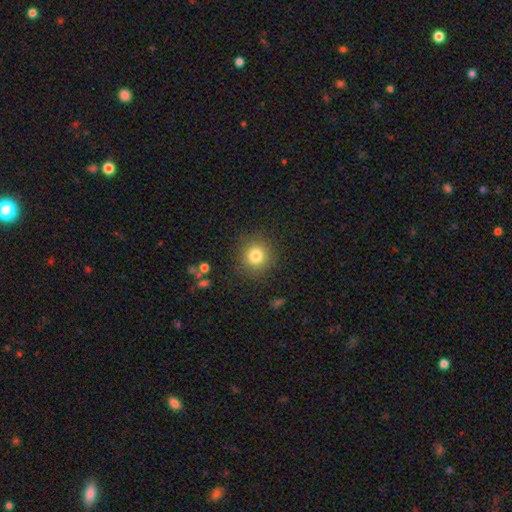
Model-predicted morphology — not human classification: type=smooth (81%); roundness=round (92%); merging=none (88%).